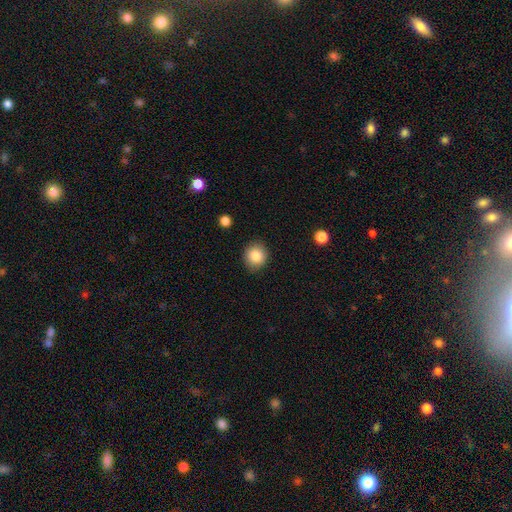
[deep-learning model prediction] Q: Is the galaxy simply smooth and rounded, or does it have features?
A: smooth — 85%.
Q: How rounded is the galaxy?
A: round — 85%.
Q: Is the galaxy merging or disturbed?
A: none — 88%.